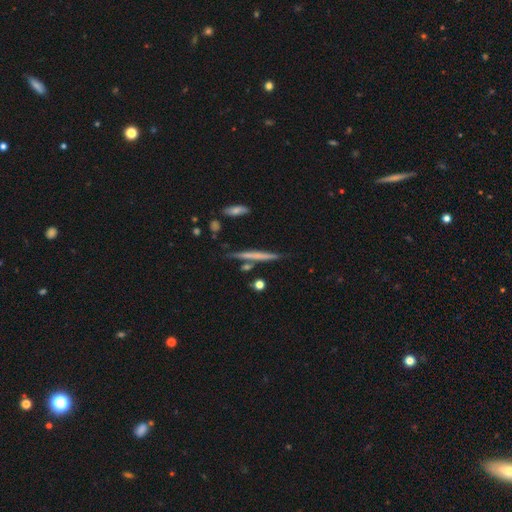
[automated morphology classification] type=smooth (47%); merging=none (81%).